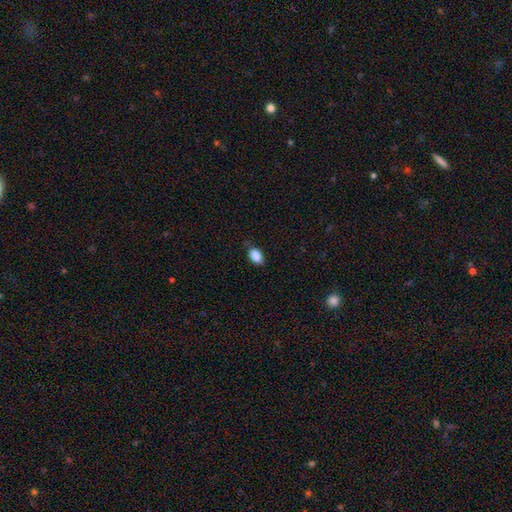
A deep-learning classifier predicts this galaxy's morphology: type=smooth (88%); roundness=in between (89%); merging=none (73%).